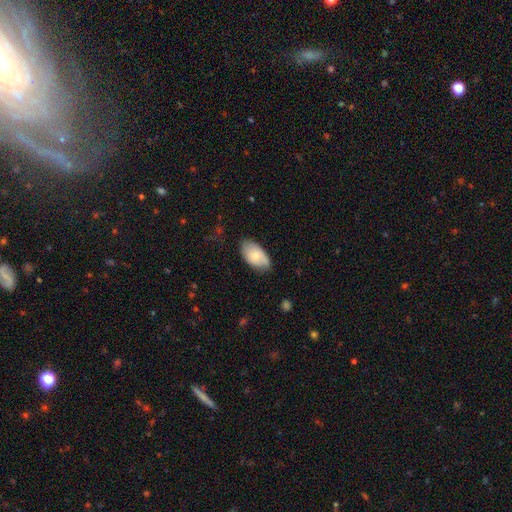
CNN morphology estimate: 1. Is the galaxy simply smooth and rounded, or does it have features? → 71% smooth, 22% featured or disk, 6% star or artifact.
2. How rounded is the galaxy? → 94% in between, 4% round, 2% cigar-shaped.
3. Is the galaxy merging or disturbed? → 68% none, 26% minor disturbance, 5% major disturbance, 1% merger.